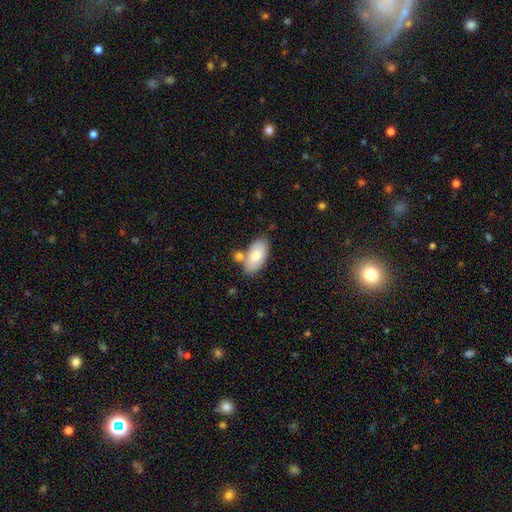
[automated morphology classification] smooth-or-featured: smooth: 76% | featured or disk: 18% | star or artifact: 6%
  how-rounded: in between: 93% | cigar-shaped: 4% | round: 3%
  merging: none: 67% | merger: 15% | minor disturbance: 14% | major disturbance: 3%